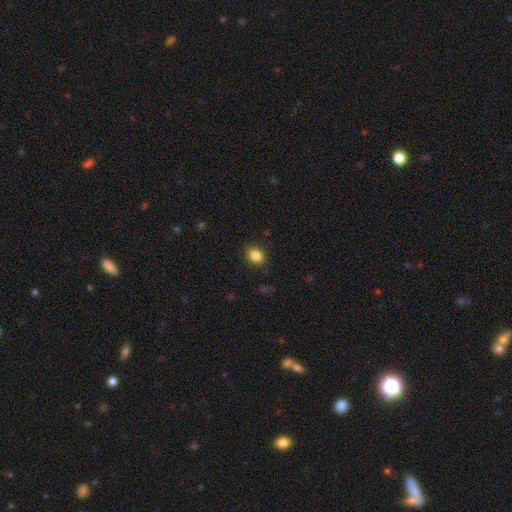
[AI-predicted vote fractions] A smooth galaxy with no disk features (86%) that is in between round and cigar-shaped (63%). Merging: none (86%).